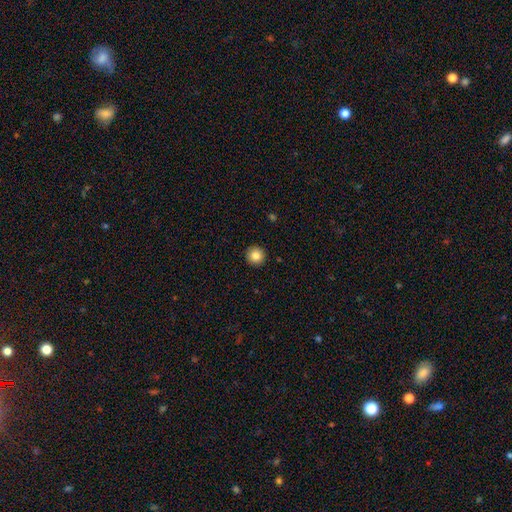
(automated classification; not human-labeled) Smooth or featured? Predicted: smooth (p=0.85). How rounded? Predicted: round (p=0.96). Merging? Predicted: none (p=0.93).